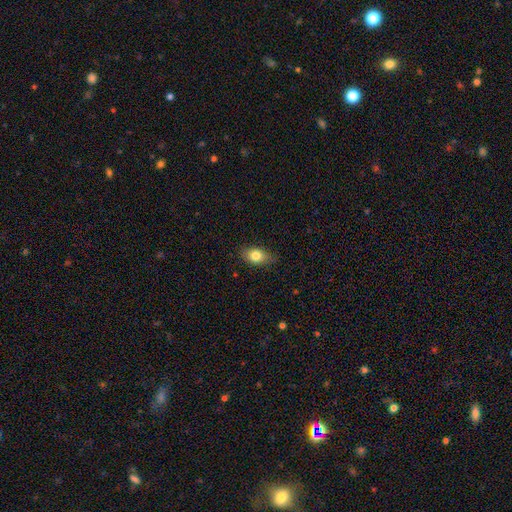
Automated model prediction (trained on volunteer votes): This appears to be a smooth galaxy with no disk features (80%) that is in between round and cigar-shaped (80%). Merging: none (78%).